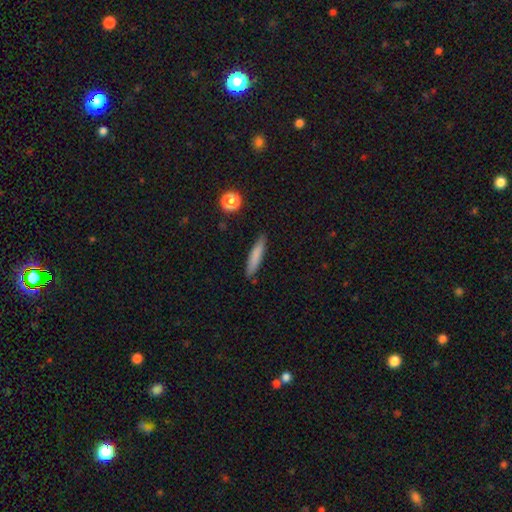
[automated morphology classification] The model was most divided on "smooth or featured": smooth: 78%, featured or disk: 14%, star or artifact: 7%. More confident: how rounded — cigar-shaped (89%); merging — none (87%).